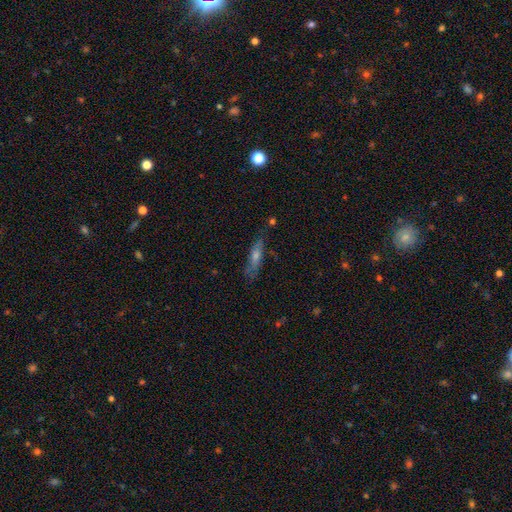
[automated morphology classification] smooth_or_featured: featured or disk (p=0.51) [alt: smooth p=0.36]
disk_edge_on: yes (p=0.63) [alt: no p=0.37]
merging: none (p=0.69) [alt: minor disturbance p=0.21]